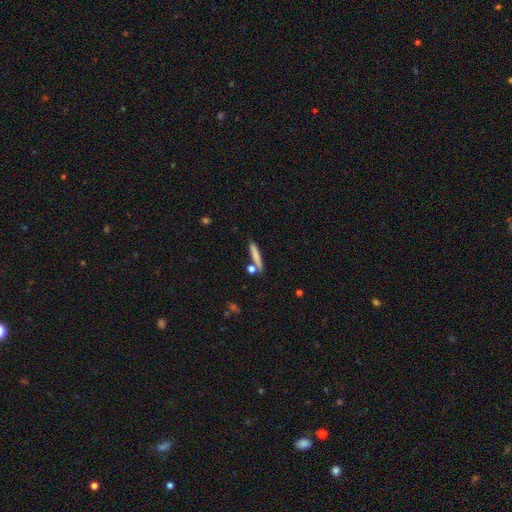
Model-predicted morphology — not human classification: The model was most divided on "smooth or featured": smooth: 74%, featured or disk: 19%, star or artifact: 7%. More confident: how rounded — cigar-shaped (90%); merging — none (76%).